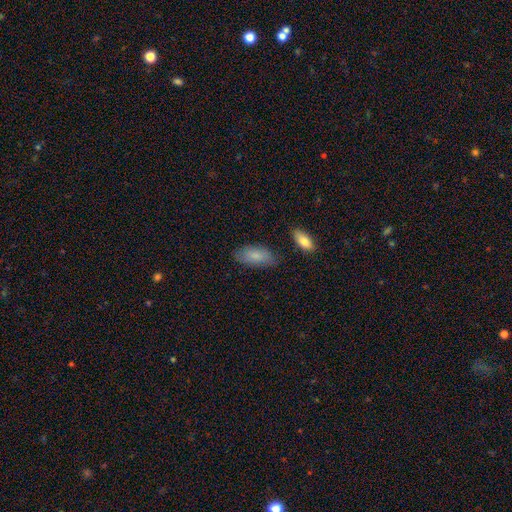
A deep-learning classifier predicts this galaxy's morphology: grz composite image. It shows a smooth galaxy with no disk features (83%) that is in between round and cigar-shaped (91%). Merging: none (74%).